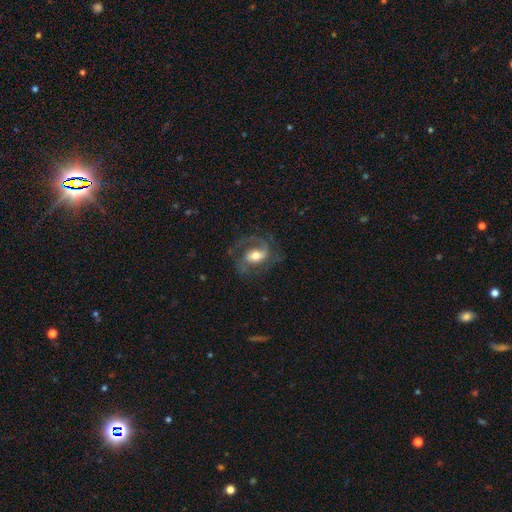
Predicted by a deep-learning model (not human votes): This appears to be a featured or disk galaxy (79%) with a weak bar (41%), 2 (69%) medium (52%) spiral arms (92%) and a moderate central bulge (65%). Merging: none (62%).